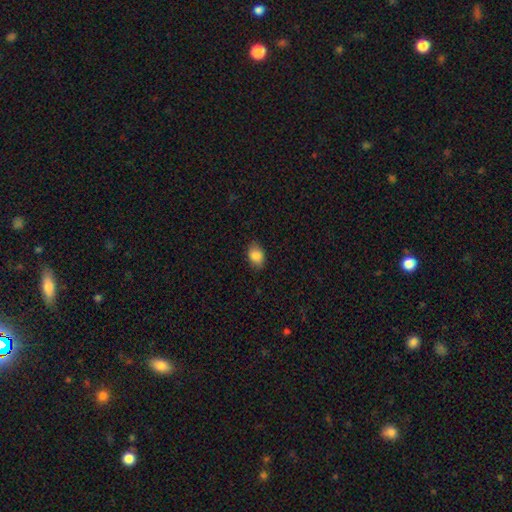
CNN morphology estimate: smooth 86%, star or artifact 8%, featured or disk 6%. Down the decision tree: how rounded — in between (80%); merging — none (82%).